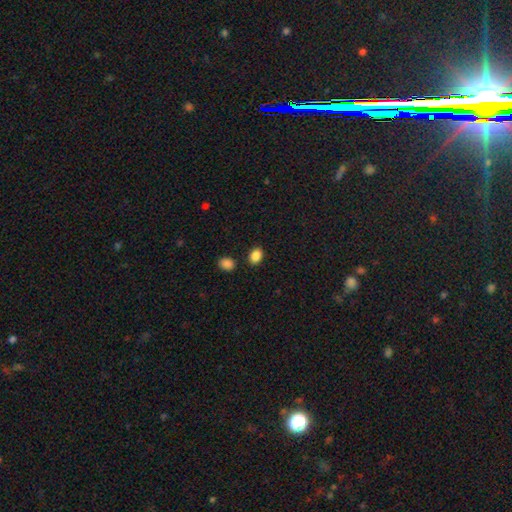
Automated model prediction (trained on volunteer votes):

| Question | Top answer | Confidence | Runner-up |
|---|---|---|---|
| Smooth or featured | smooth | 87% | star or artifact (9%) |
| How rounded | in between | 72% | round (27%) |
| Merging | none | 84% | minor disturbance (9%) |